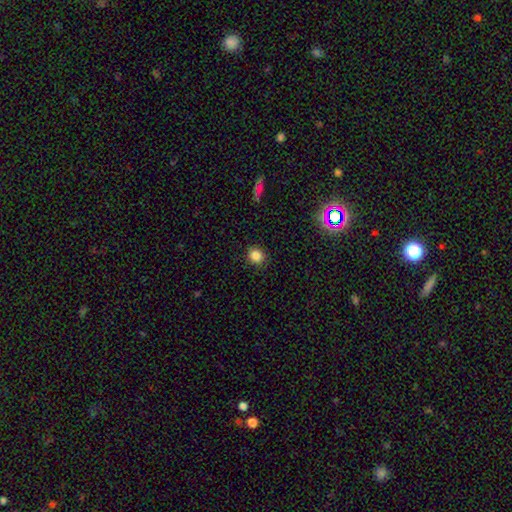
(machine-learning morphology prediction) This is clearly a smooth galaxy (84%). How rounded: clearly round (83%). Merging: clearly none (87%).